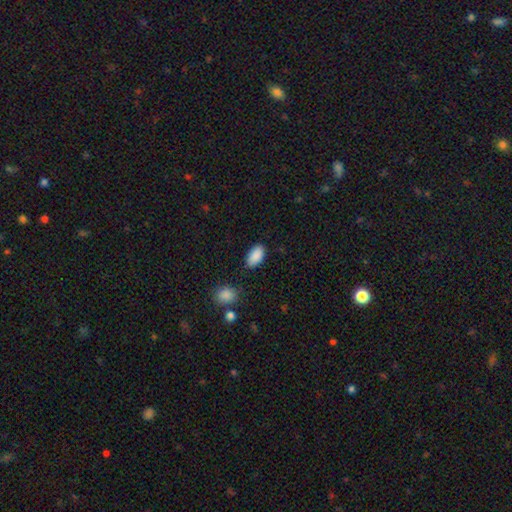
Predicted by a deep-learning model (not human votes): Smooth or featured? Predicted: smooth (p=0.89). How rounded? Predicted: in between (p=0.94). Merging? Predicted: none (p=0.82).